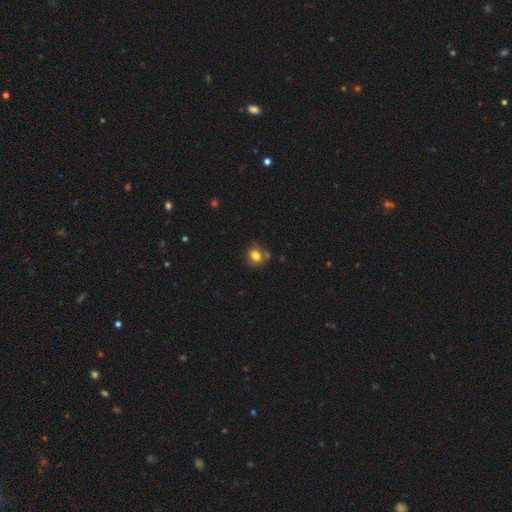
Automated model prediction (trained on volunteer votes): Q: Smooth or featured?
A: smooth (80%); runner-up: star or artifact (11%)
Q: How rounded?
A: round (55%); runner-up: in between (44%)
Q: Merging?
A: none (64%); runner-up: minor disturbance (17%)